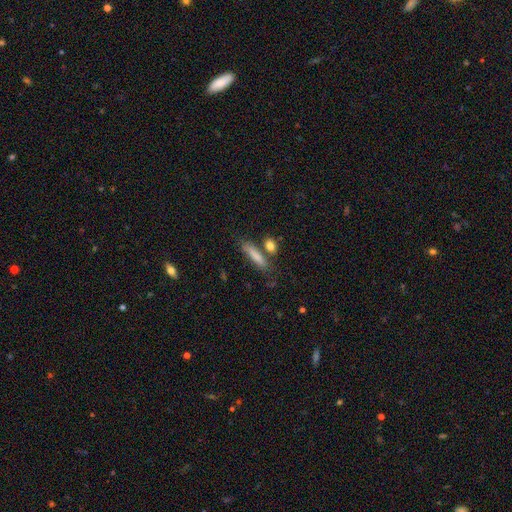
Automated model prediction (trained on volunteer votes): This appears to be a smooth galaxy with no disk features (80%) that is cigar-shaped (74%). Merging: none (67%).